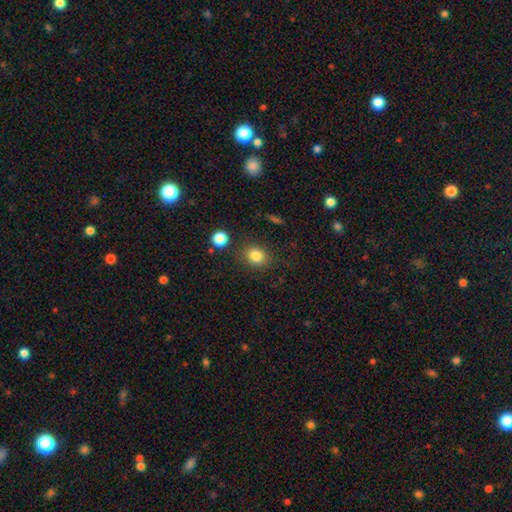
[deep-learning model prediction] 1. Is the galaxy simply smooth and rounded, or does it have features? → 82% smooth, 11% star or artifact, 6% featured or disk.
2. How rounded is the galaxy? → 61% round, 38% in between, 1% cigar-shaped.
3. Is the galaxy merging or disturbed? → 81% none, 11% minor disturbance, 4% merger, 4% major disturbance.